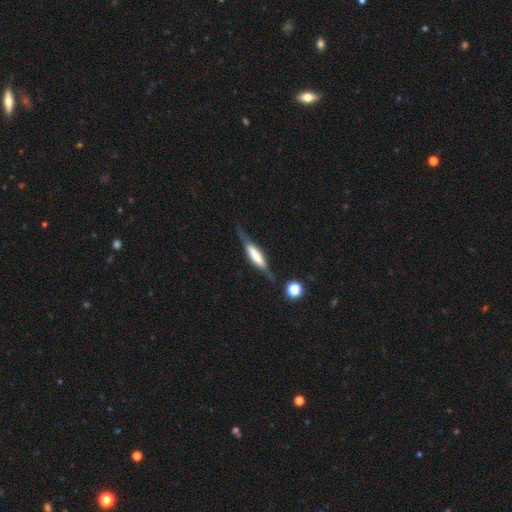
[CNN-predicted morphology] A featured or disk galaxy (57%) viewed edge-on (89%) with a boxy central bulge (62%).

Vote fractions:
- Smooth or featured? featured or disk: 57% / smooth: 37% / star or artifact: 7%
- Edge-on disk? yes: 89% / no: 11%
- Edge-on bulge? boxy: 62% / rounded: 22% / none: 16%
- Merging? none: 66% / minor disturbance: 21% / major disturbance: 9% / merger: 3%